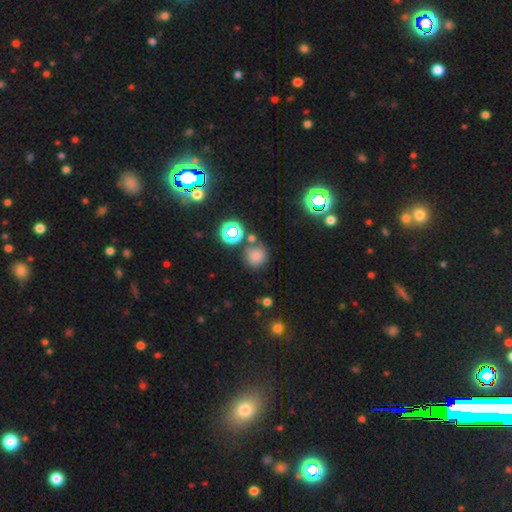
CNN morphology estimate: type=smooth (71%); roundness=round (89%); merging=none (68%).